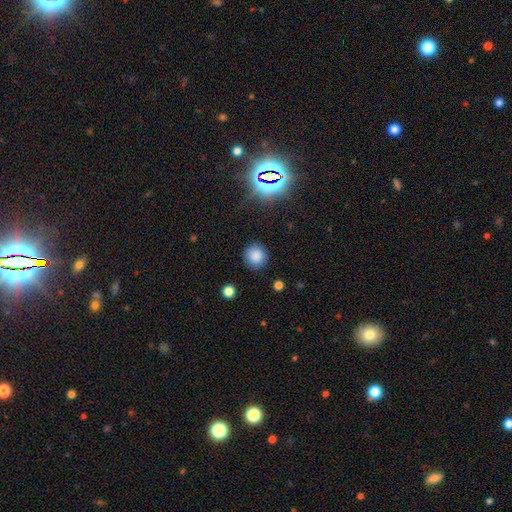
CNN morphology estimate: smooth-or-featured: smooth: 82% | star or artifact: 13% | featured or disk: 4%
  how-rounded: round: 91% | in between: 7% | cigar-shaped: 1%
  merging: none: 88% | minor disturbance: 8% | major disturbance: 3% | merger: 1%